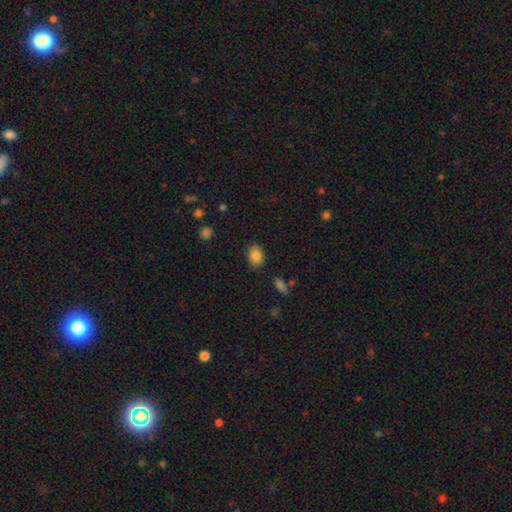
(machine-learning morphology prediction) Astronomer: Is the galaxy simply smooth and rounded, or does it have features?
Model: smooth — 85%.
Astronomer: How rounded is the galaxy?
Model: in between — 76%.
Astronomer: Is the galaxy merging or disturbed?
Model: none — 86%.